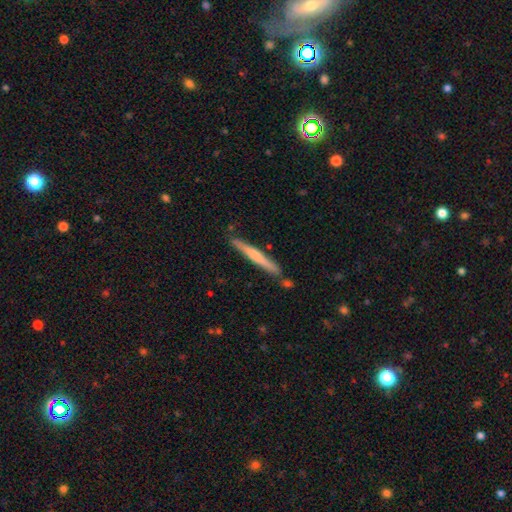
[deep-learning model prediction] Smooth or featured?
  - smooth: 53% *
  - featured or disk: 42%
  - star or artifact: 5%
How rounded?
  - cigar-shaped: 96% *
  - in between: 2%
  - round: 1%
Merging?
  - none: 83% *
  - minor disturbance: 11%
  - merger: 4%
  - major disturbance: 2%